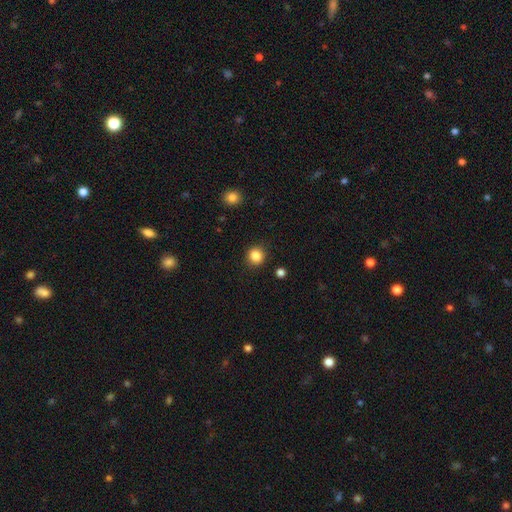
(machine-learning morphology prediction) smooth-or-featured: smooth: 86% | star or artifact: 11% | featured or disk: 3%
  how-rounded: round: 90% | in between: 9% | cigar-shaped: 1%
  merging: none: 90% | minor disturbance: 6% | major disturbance: 2% | merger: 2%